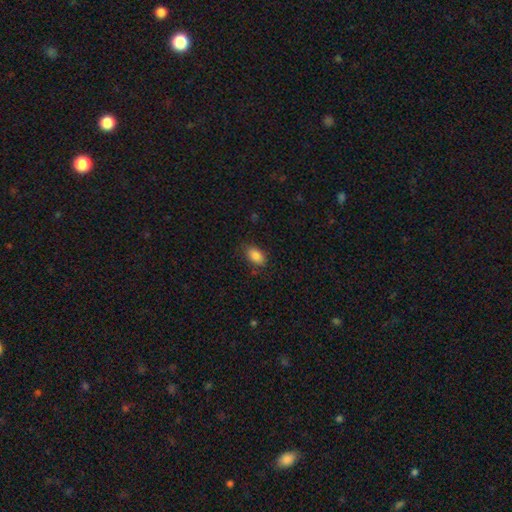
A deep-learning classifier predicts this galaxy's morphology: This appears to be a smooth galaxy with no disk features (87%) that is in between round and cigar-shaped (91%). Merging: none (78%).